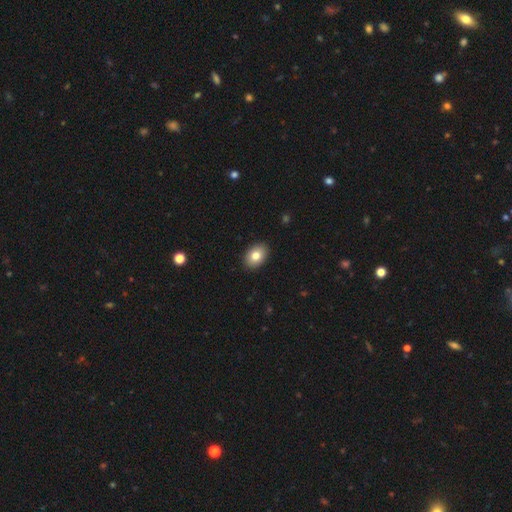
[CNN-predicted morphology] Smooth or featured? smooth (81%)
How rounded? in between (82%)
Merging? none (90%)